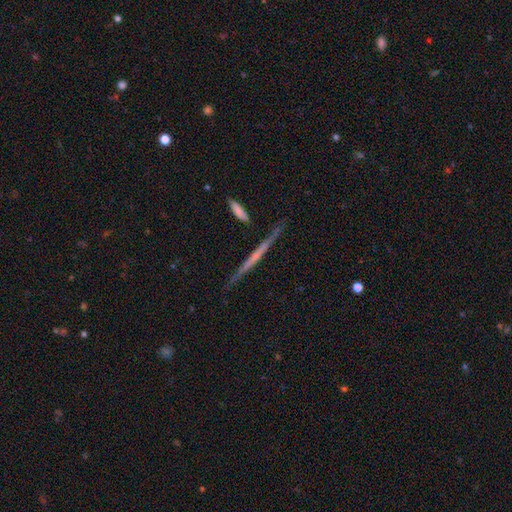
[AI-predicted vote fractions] featured or disk 67%, smooth 26%, star or artifact 7%. Down the decision tree: edge-on disk — yes (97%); edge-on bulge — none (76%); merging — none (85%).